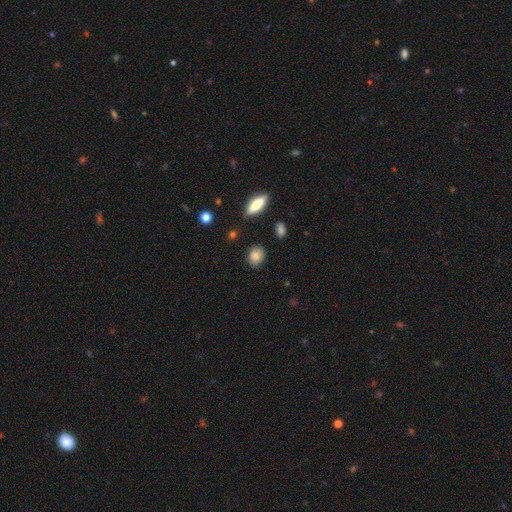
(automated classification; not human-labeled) A smooth galaxy with no disk features (84%) that is in between round and cigar-shaped (49%).

Vote fractions:
- Smooth or featured? smooth: 84% / star or artifact: 9% / featured or disk: 8%
- How rounded? in between: 49% / round: 48% / cigar-shaped: 2%
- Merging? none: 80% / minor disturbance: 15% / major disturbance: 3% / merger: 2%